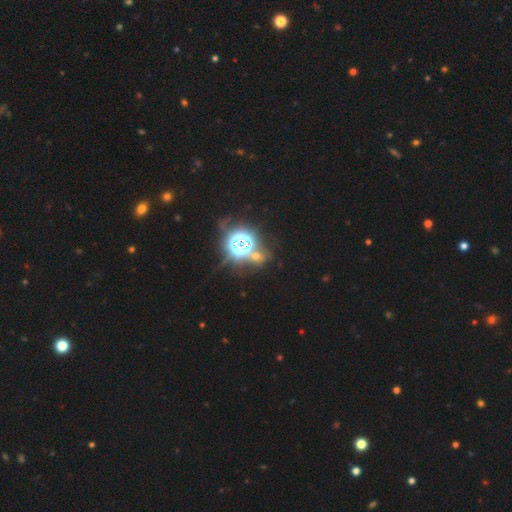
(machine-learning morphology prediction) Overall: star or artifact (65%).